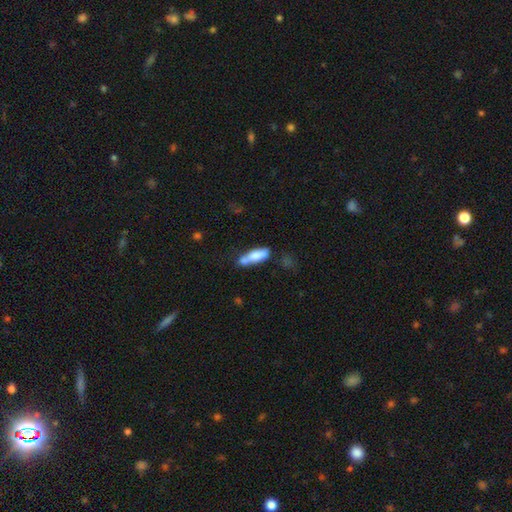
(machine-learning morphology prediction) Smooth or featured: smooth — 77% (featured or disk — 16%)
How rounded: in between — 53% (cigar-shaped — 45%)
Merging: none — 45% (merger — 26%)